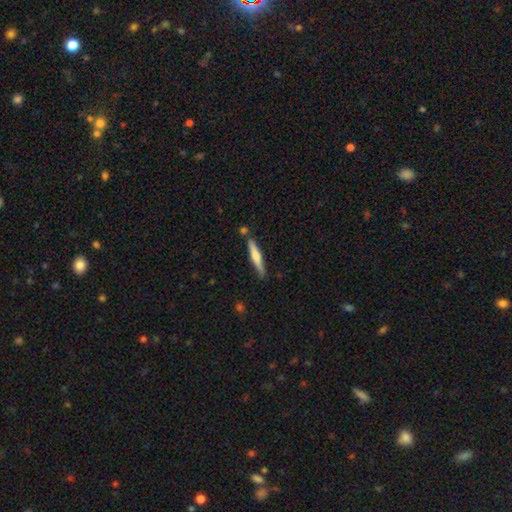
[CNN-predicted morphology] Q: Smooth or featured?
A: smooth (48%); runner-up: featured or disk (47%)
Q: Merging?
A: none (83%); runner-up: minor disturbance (10%)